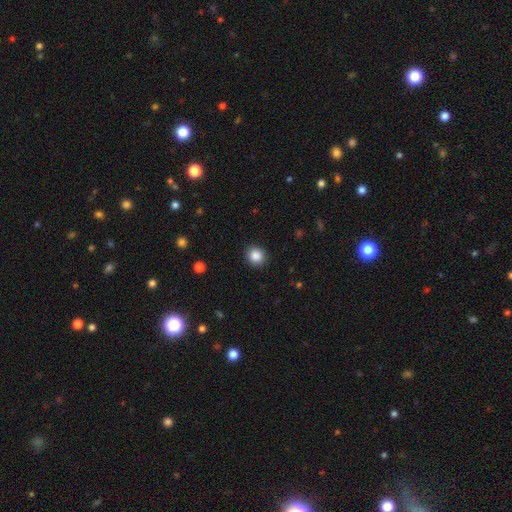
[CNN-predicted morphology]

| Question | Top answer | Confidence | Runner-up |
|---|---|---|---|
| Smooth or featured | smooth | 86% | star or artifact (10%) |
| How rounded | round | 86% | in between (13%) |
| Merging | none | 91% | minor disturbance (6%) |